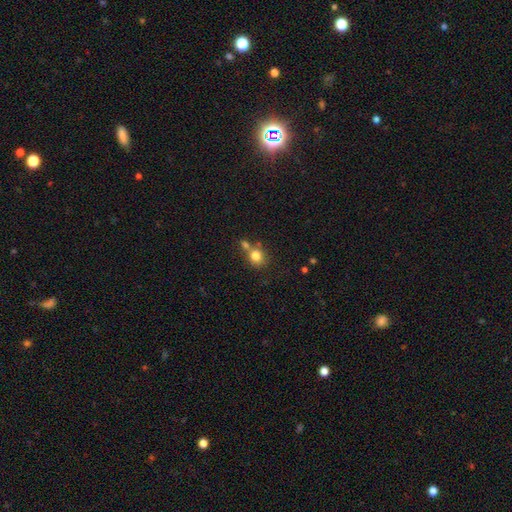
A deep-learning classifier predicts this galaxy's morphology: smooth-or-featured: smooth: 80% | star or artifact: 11% | featured or disk: 9%
  how-rounded: round: 78% | in between: 21% | cigar-shaped: 1%
  merging: none: 51% | merger: 34% | minor disturbance: 11% | major disturbance: 4%